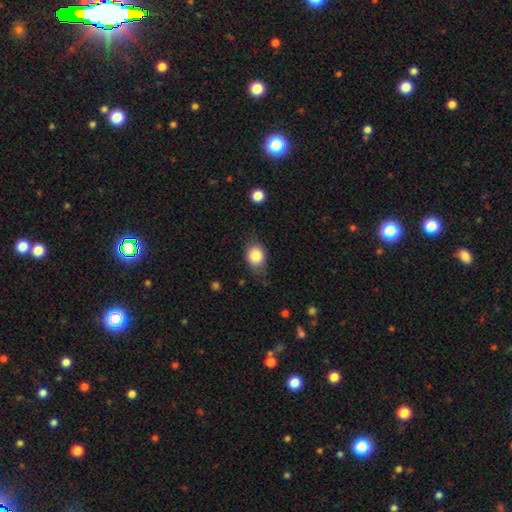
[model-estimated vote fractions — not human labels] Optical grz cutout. It shows a smooth galaxy with no disk features (83%) that is in between round and cigar-shaped (56%). Merging: none (64%).